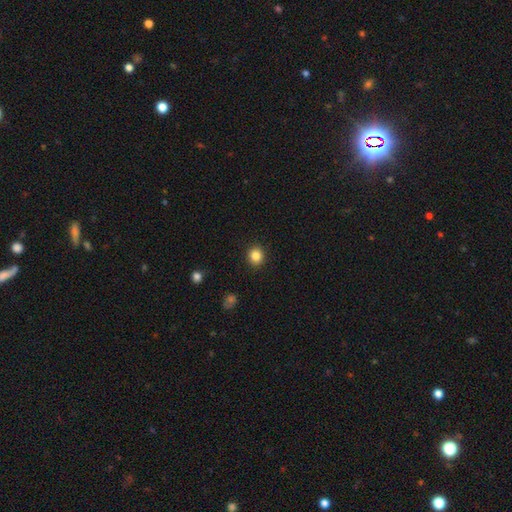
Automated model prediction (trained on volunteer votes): Overall: smooth (85%). How rounded: round (86%). Merging: none (91%).